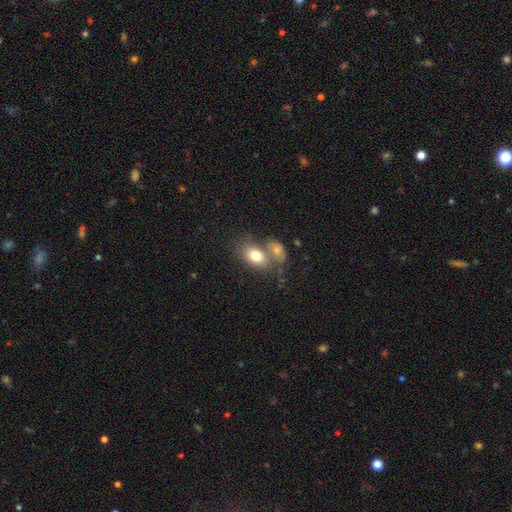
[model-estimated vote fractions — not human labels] Smooth or featured? Predicted: smooth (p=0.77). How rounded? Predicted: in between (p=0.81). Merging? Predicted: merger (p=0.43).